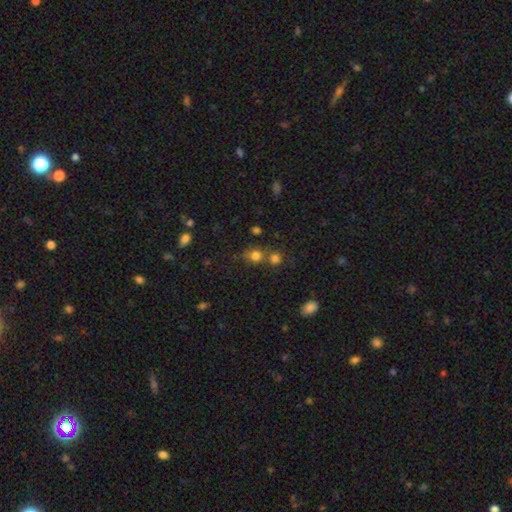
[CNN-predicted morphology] smooth-or-featured: smooth: 76% | star or artifact: 17% | featured or disk: 8%
  how-rounded: round: 80% | in between: 19% | cigar-shaped: 1%
  merging: none: 56% | merger: 29% | minor disturbance: 10% | major disturbance: 5%